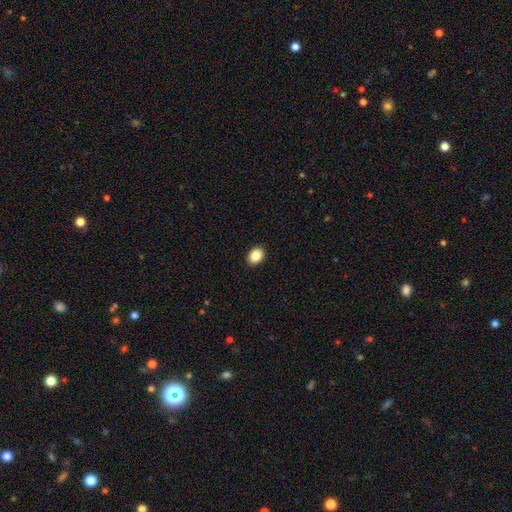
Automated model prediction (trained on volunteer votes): Smooth or featured?
  - smooth: 86% *
  - star or artifact: 9%
  - featured or disk: 5%
How rounded?
  - in between: 67% *
  - round: 32%
  - cigar-shaped: 1%
Merging?
  - none: 92% *
  - minor disturbance: 6%
  - major disturbance: 2%
  - merger: 1%